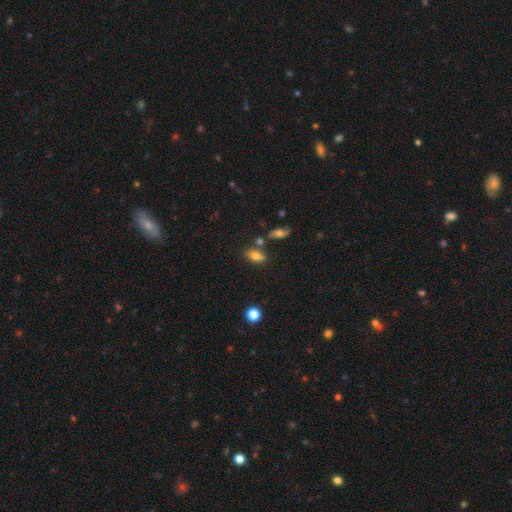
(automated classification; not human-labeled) Overall: smooth (75%). How rounded: in between (81%). Merging: none (66%).